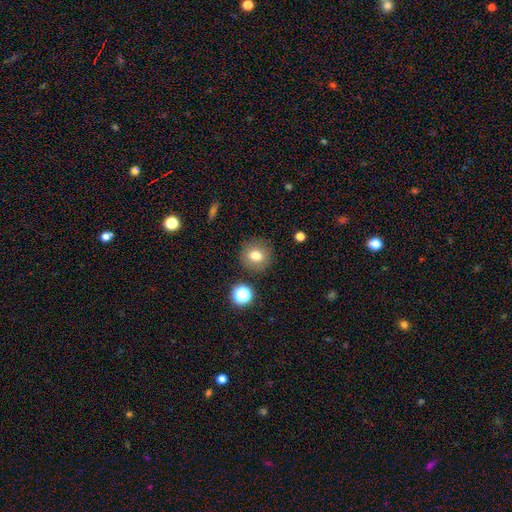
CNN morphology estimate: smooth_or_featured: smooth (p=0.77) [alt: star or artifact p=0.12]
how_rounded: round (p=0.87) [alt: in between p=0.12]
merging: none (p=0.87) [alt: minor disturbance p=0.08]